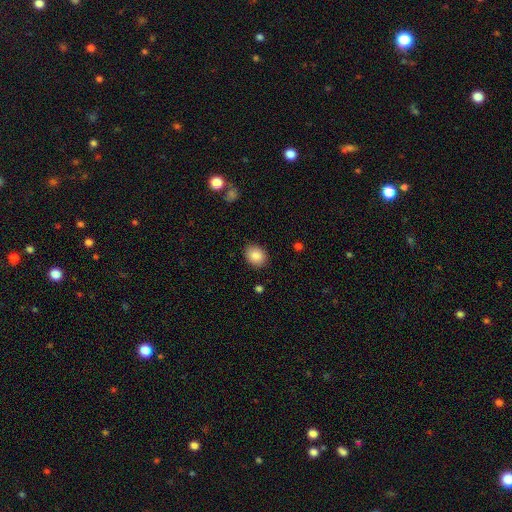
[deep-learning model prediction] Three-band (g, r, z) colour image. It shows a smooth galaxy with no disk features (87%) that is round (53%). Merging: none (88%).